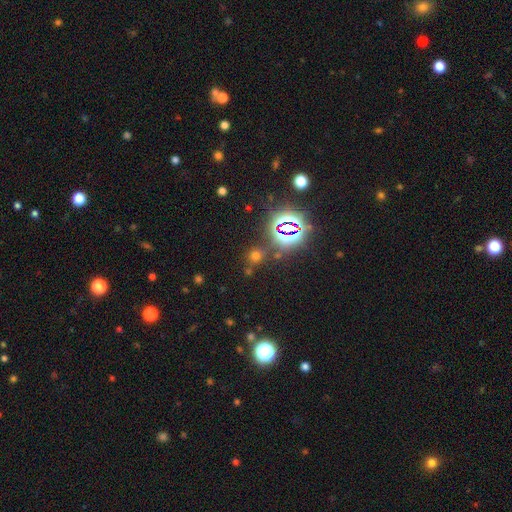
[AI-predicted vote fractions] A smooth galaxy with no disk features (46%, tied with star or artifact). Merging: none (76%).